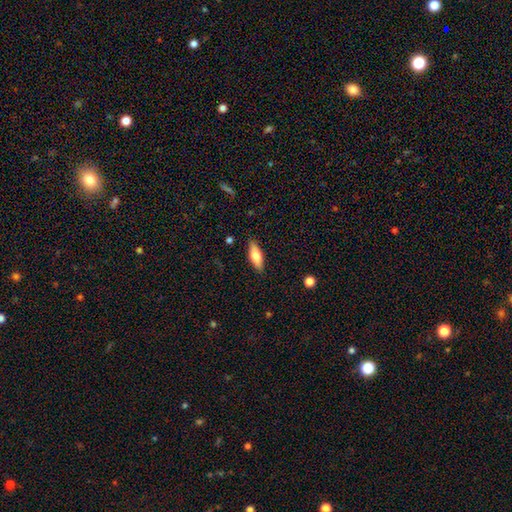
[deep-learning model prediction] Smooth or featured?
  - smooth: 70% *
  - featured or disk: 24%
  - star or artifact: 6%
How rounded?
  - in between: 66% *
  - cigar-shaped: 32%
  - round: 2%
Merging?
  - none: 87% *
  - minor disturbance: 10%
  - major disturbance: 2%
  - merger: 1%